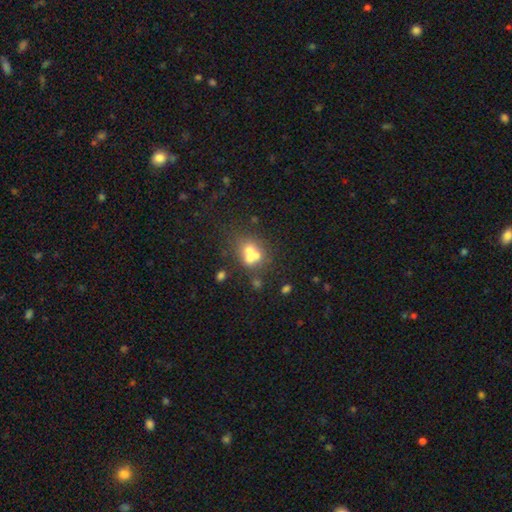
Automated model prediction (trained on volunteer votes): This appears to be a smooth galaxy with no disk features (55%) that is round (69%). Merging: merger (56%).